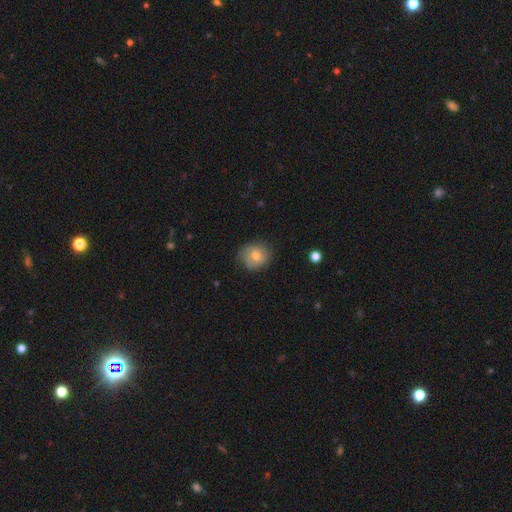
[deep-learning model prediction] Smooth or featured?
  - smooth: 62% *
  - featured or disk: 30%
  - star or artifact: 9%
How rounded?
  - round: 79% *
  - in between: 20%
  - cigar-shaped: 1%
Merging?
  - none: 69% *
  - minor disturbance: 23%
  - major disturbance: 7%
  - merger: 1%